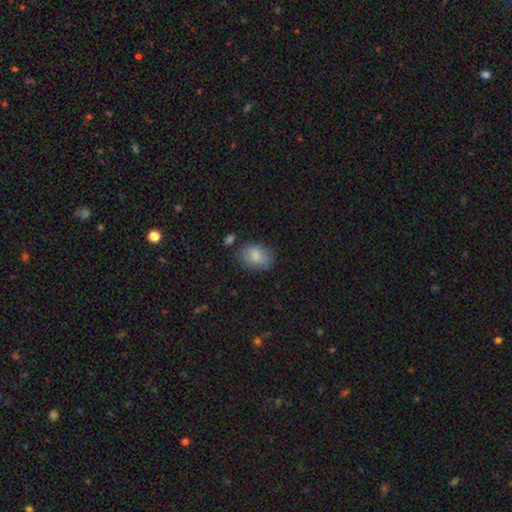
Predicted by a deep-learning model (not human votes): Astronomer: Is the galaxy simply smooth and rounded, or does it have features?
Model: smooth — 82%.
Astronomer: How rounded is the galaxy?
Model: in between — 76%.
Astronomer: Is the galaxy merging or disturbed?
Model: none — 72%.